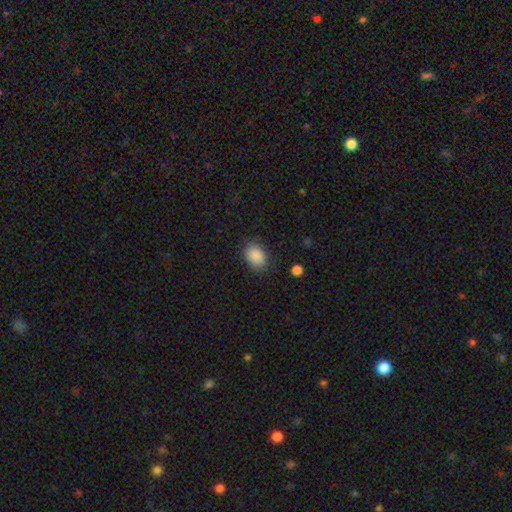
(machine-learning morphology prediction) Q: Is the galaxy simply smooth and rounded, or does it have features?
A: smooth — 88%.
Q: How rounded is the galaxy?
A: in between — 72%.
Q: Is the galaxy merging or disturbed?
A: none — 80%.